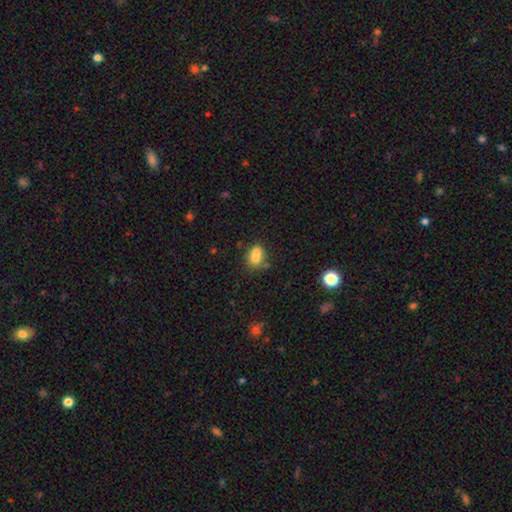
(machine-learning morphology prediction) Smooth or featured?
  - smooth: 71% *
  - featured or disk: 17%
  - star or artifact: 12%
How rounded?
  - round: 54% *
  - in between: 45%
  - cigar-shaped: 1%
Merging?
  - merger: 52% *
  - none: 33%
  - minor disturbance: 11%
  - major disturbance: 4%